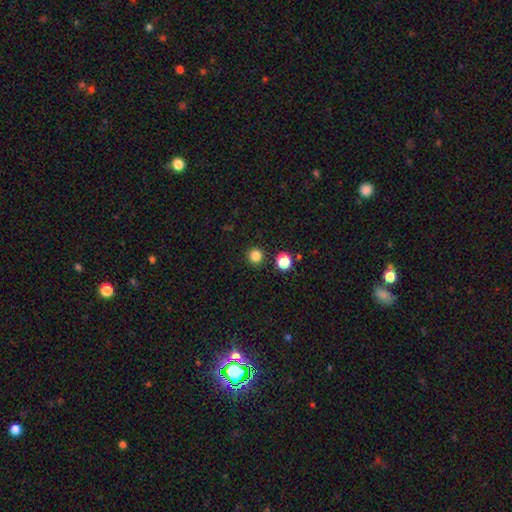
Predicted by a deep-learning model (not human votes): Smooth or featured? smooth (84%)
How rounded? round (94%)
Merging? none (91%)